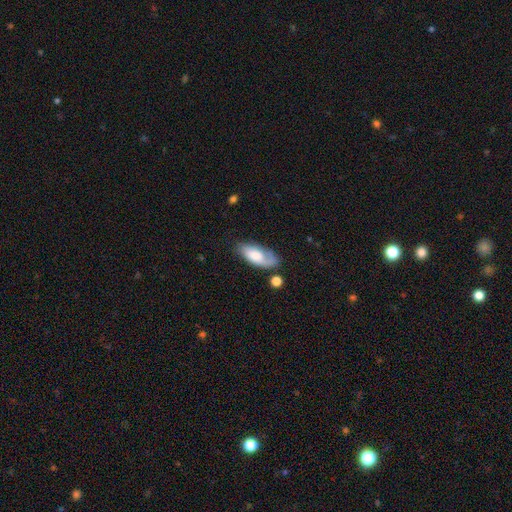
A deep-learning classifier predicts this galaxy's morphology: Smooth or featured? Predicted: smooth (p=0.57). How rounded? Predicted: in between (p=0.89). Merging? Predicted: none (p=0.56).